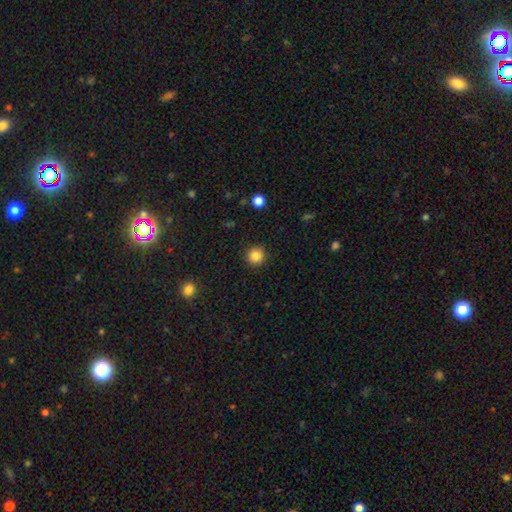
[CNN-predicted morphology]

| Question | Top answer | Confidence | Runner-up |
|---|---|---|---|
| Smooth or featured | smooth | 85% | star or artifact (11%) |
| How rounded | round | 94% | in between (5%) |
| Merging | none | 92% | minor disturbance (5%) |